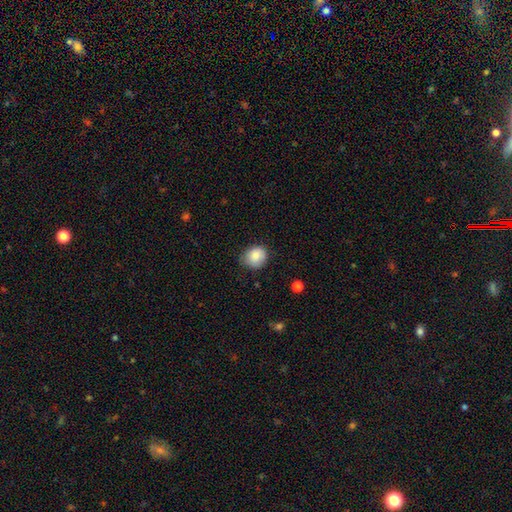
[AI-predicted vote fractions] Smooth or featured: smooth — 84% (star or artifact — 8%)
How rounded: round — 72% (in between — 27%)
Merging: none — 68% (minor disturbance — 26%)